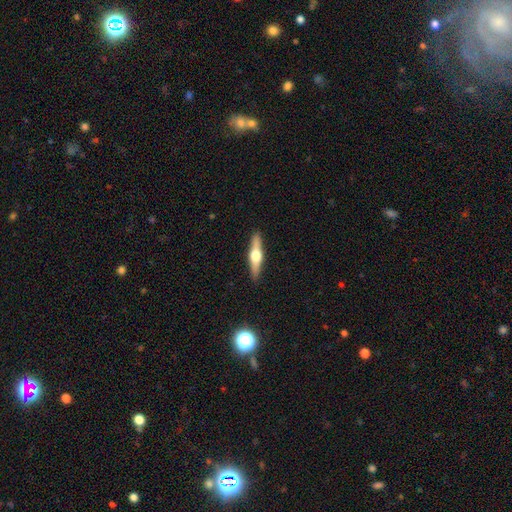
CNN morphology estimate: Smooth or featured? featured or disk (66%)
Edge-on disk? yes (96%)
Edge-on bulge? rounded (96%)
Merging? none (91%)